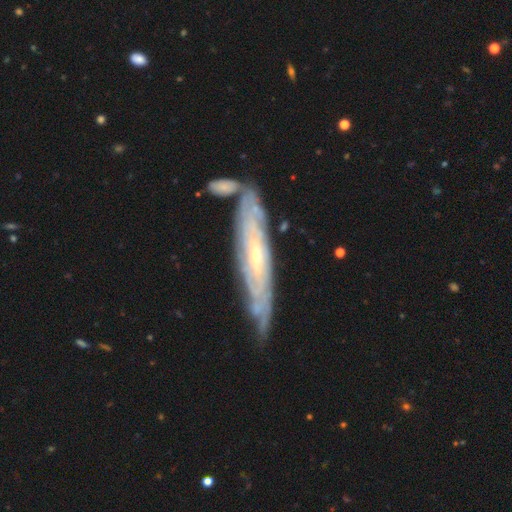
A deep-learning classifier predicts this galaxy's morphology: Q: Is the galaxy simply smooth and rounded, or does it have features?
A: featured or disk — 84%.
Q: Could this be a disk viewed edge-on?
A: no — 69%.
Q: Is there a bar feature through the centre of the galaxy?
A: no — 57%.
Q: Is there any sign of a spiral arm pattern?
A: yes — 91%.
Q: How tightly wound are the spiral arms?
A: tight — 81%.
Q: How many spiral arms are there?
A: can't tell — 66%.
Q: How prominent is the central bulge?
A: small — 69%.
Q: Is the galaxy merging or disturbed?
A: none — 69%.